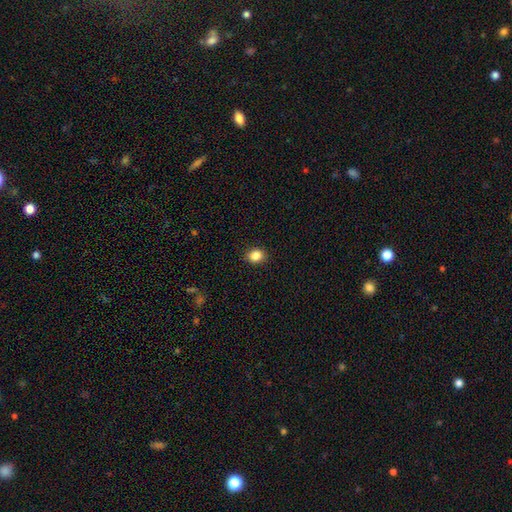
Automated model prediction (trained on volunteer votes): smooth-or-featured: smooth: 86% | star or artifact: 10% | featured or disk: 4%
  how-rounded: round: 53% | in between: 46% | cigar-shaped: 1%
  merging: none: 90% | minor disturbance: 7% | major disturbance: 2% | merger: 1%